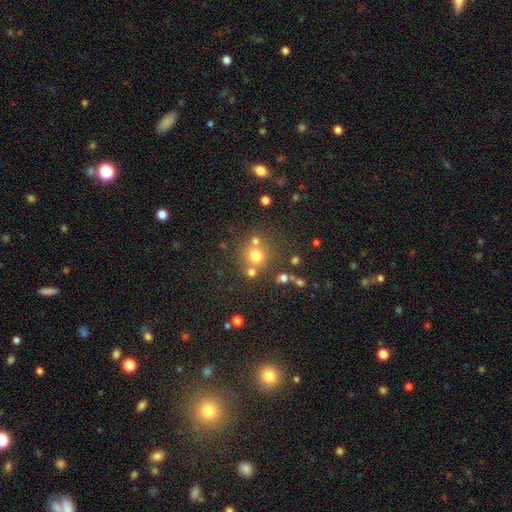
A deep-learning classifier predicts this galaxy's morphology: Smooth or featured? smooth (70%)
How rounded? round (90%)
Merging? none (68%)